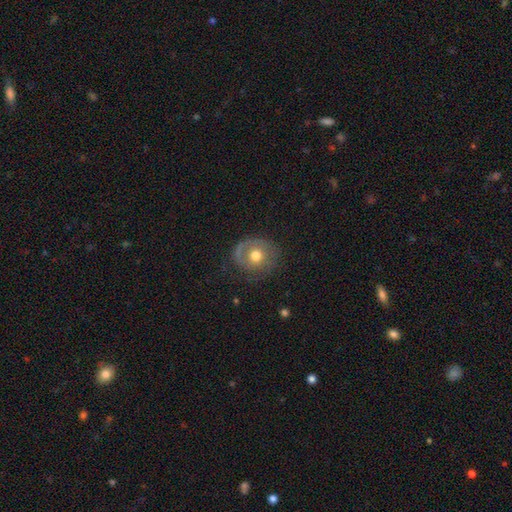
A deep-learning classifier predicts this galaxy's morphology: Smooth or featured: smooth — 49% (featured or disk — 42%)
Merging: none — 66% (minor disturbance — 20%)